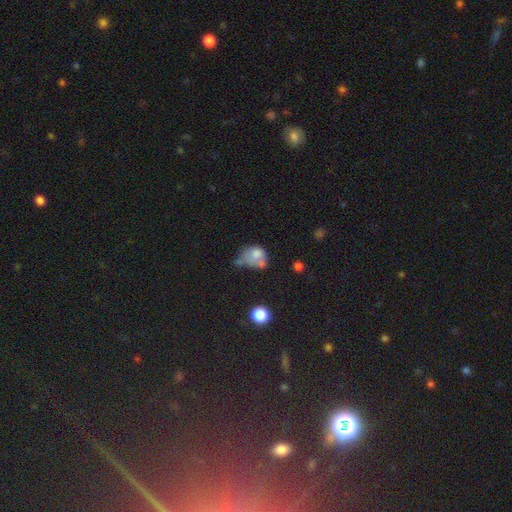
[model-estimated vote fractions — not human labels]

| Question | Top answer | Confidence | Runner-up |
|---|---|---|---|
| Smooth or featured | smooth | 68% | featured or disk (21%) |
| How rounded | round | 50% | in between (49%) |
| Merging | merger | 32% | minor disturbance (23%) |